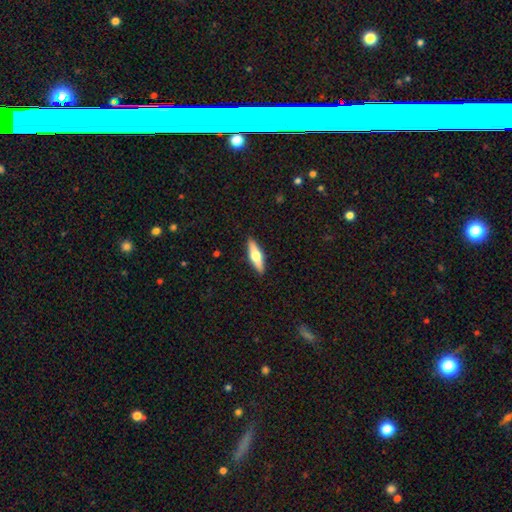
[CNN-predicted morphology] smooth-or-featured: featured or disk: 49% | smooth: 46% | star or artifact: 5%
  merging: none: 90% | minor disturbance: 7% | major disturbance: 2% | merger: 1%